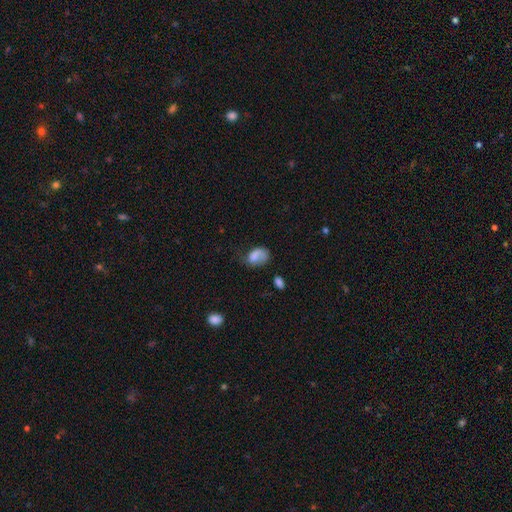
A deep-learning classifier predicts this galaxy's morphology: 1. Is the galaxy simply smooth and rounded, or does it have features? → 66% smooth, 25% featured or disk, 9% star or artifact.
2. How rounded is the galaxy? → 79% in between, 20% round, 2% cigar-shaped.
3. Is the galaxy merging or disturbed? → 36% none, 31% major disturbance, 27% minor disturbance, 6% merger.